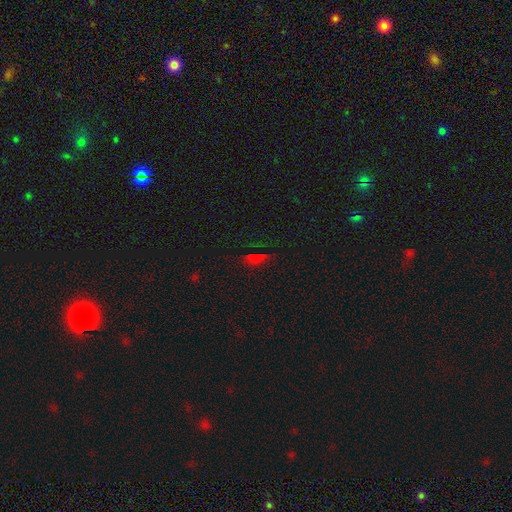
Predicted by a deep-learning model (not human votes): Overall: smooth (49%; star or artifact 43%). Merging: none (79%).